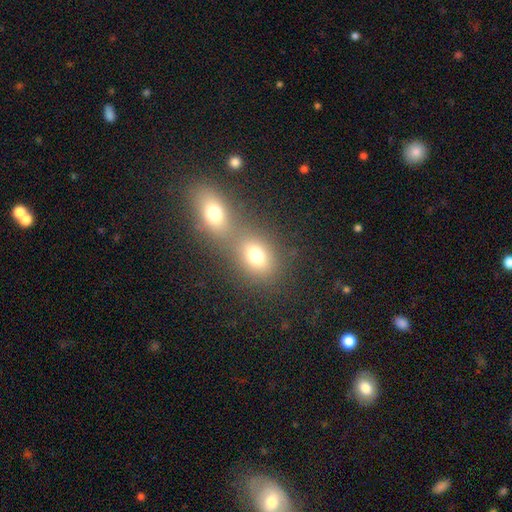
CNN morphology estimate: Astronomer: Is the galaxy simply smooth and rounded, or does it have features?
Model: smooth — 74%.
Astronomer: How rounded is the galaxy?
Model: round — 49%, tied with in between at 49%.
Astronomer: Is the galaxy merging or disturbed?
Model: merger — 50% (runner-up: none, 38%).